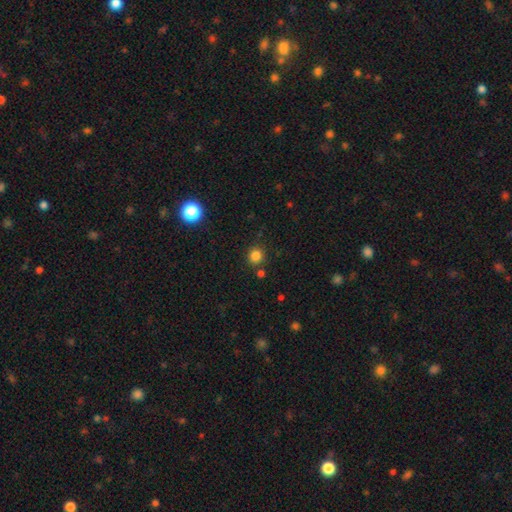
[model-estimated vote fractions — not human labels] Smooth or featured? smooth (82%)
How rounded? round (89%)
Merging? none (81%)